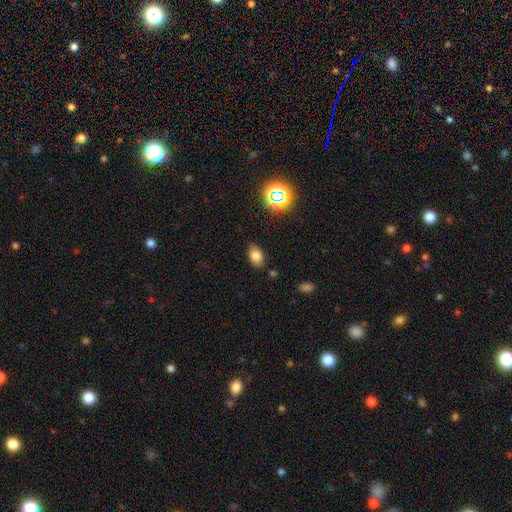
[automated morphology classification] Smooth or featured? smooth (77%)
How rounded? in between (88%)
Merging? none (82%)